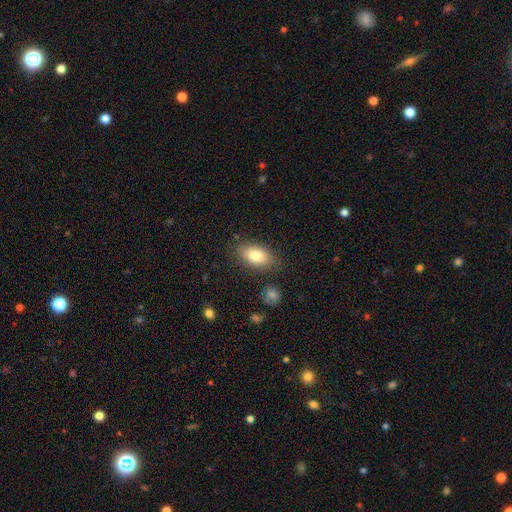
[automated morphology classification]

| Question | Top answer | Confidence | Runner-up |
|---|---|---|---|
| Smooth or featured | smooth | 80% | featured or disk (13%) |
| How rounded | in between | 89% | round (6%) |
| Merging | none | 82% | minor disturbance (12%) |